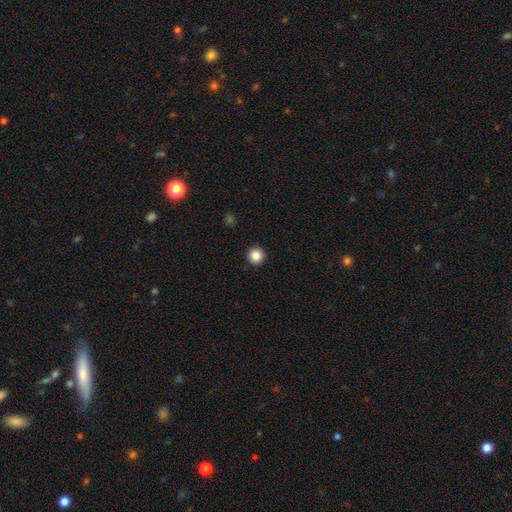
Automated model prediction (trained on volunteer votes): smooth-or-featured: smooth: 87% | star or artifact: 10% | featured or disk: 3%
  how-rounded: round: 96% | in between: 3% | cigar-shaped: 1%
  merging: none: 94% | minor disturbance: 4% | major disturbance: 1% | merger: 1%